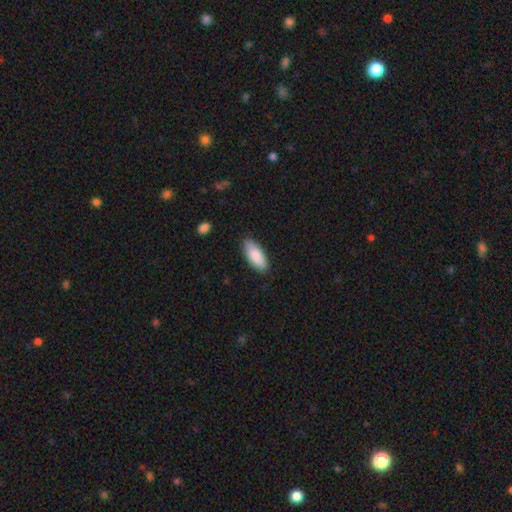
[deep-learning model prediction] smooth-or-featured: smooth: 86% | featured or disk: 8% | star or artifact: 6%
  how-rounded: in between: 84% | cigar-shaped: 15% | round: 2%
  merging: none: 82% | minor disturbance: 15% | major disturbance: 3% | merger: 1%